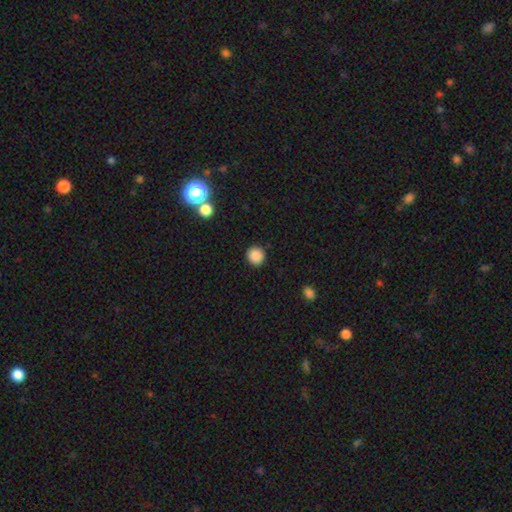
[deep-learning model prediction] Morphology: type=smooth (88%); roundness=round (91%); merging=none (91%).